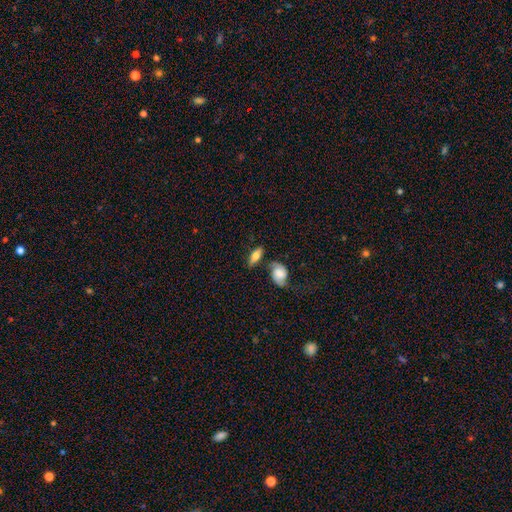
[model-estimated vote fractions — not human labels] Smooth or featured? smooth (59%)
How rounded? in between (74%)
Merging? none (62%)